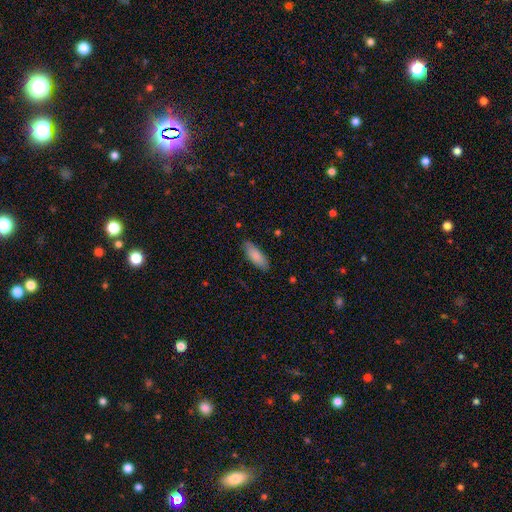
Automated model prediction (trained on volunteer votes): The model was most divided on "how rounded": in between: 67%, cigar-shaped: 31%, round: 2%. More confident: merging — none (86%); smooth or featured — smooth (85%).